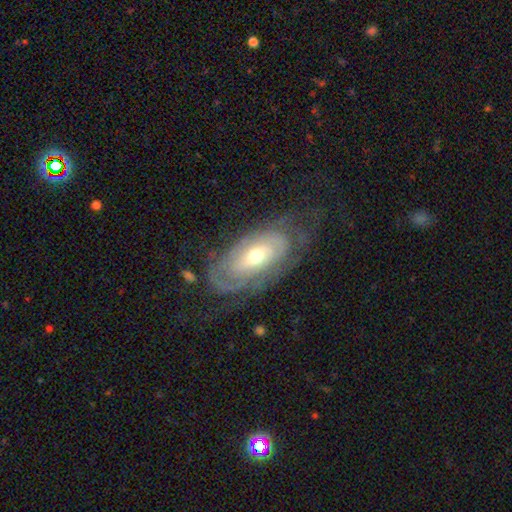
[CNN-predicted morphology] Smooth or featured?
  - featured or disk: 77% *
  - smooth: 17%
  - star or artifact: 6%
Edge-on disk?
  - no: 92% *
  - yes: 8%
Bar?
  - no: 66% *
  - weak: 26%
  - strong: 8%
Spiral arms?
  - yes: 84% *
  - no: 16%
Spiral winding?
  - tight: 66% *
  - medium: 24%
  - loose: 10%
Spiral arm count?
  - can't tell: 49% *
  - 2: 27%
  - 3: 8%
  - 1: 7%
  - 4: 4%
  - more than 4: 3%
Bulge size?
  - moderate: 68% *
  - small: 23%
  - large: 7%
  - dominant: 1%
  - none: 1%
Merging?
  - none: 63% *
  - minor disturbance: 21%
  - major disturbance: 14%
  - merger: 2%